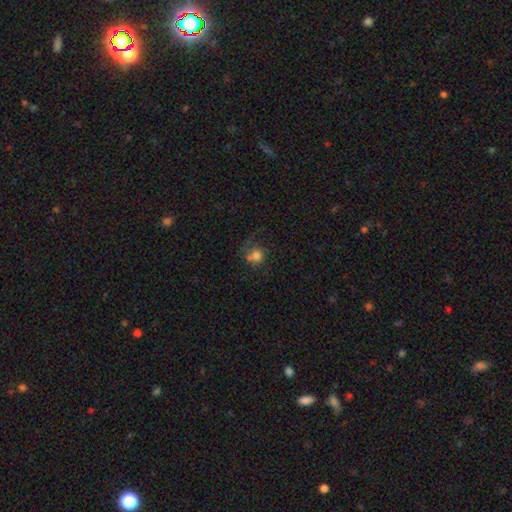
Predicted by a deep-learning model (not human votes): Q: Smooth or featured?
A: smooth (68%); runner-up: featured or disk (19%)
Q: How rounded?
A: round (79%); runner-up: in between (20%)
Q: Merging?
A: none (39%); runner-up: major disturbance (26%)